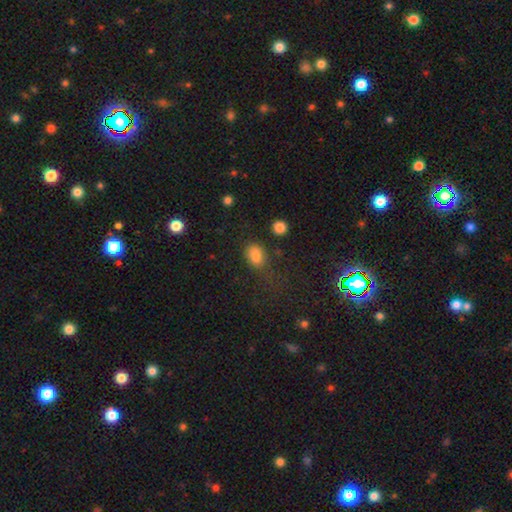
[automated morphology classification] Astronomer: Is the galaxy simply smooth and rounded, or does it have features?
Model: smooth — 80%.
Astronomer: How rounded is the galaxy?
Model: in between — 70%.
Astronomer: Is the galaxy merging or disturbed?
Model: none — 63%.